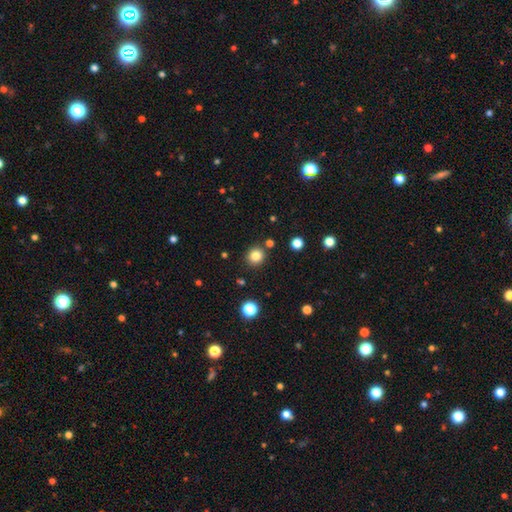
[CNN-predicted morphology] This is clearly a smooth galaxy (83%). How rounded: clearly round (90%). Merging: clearly none (87%).